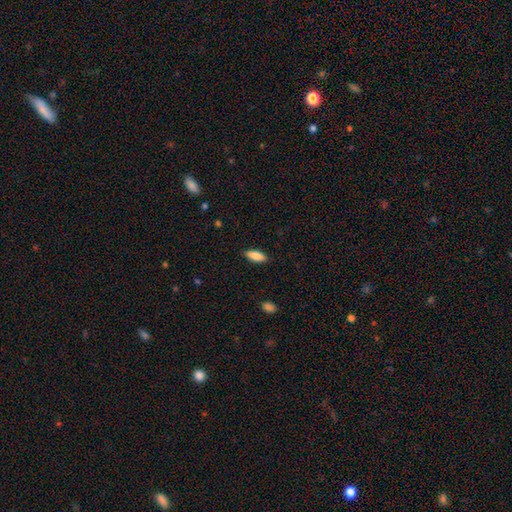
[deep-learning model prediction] Q: Smooth or featured?
A: smooth (86%); runner-up: featured or disk (8%)
Q: How rounded?
A: in between (76%); runner-up: cigar-shaped (22%)
Q: Merging?
A: none (88%); runner-up: minor disturbance (9%)